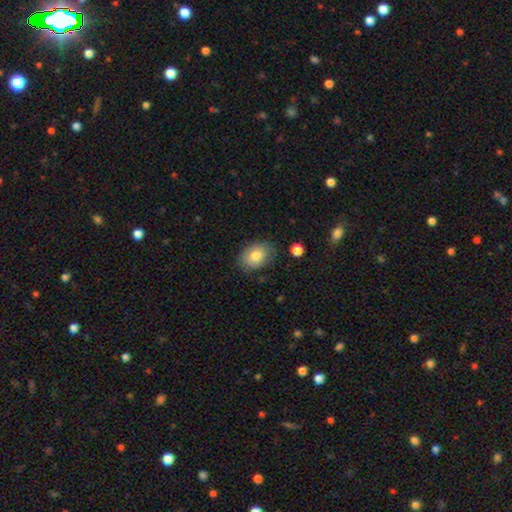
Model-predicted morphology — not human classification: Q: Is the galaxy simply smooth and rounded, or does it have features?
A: smooth — 79%.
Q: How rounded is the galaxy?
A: in between — 72%.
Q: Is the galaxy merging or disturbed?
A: none — 78%.